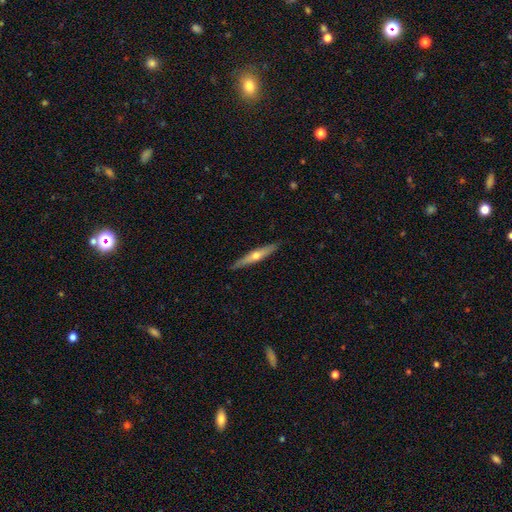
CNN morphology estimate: featured or disk 57%, smooth 37%, star or artifact 6%. Down the decision tree: edge-on disk — yes (94%); edge-on bulge — rounded (87%); merging — none (90%).